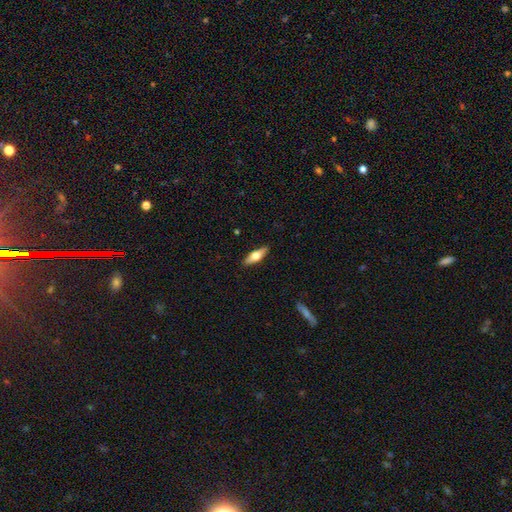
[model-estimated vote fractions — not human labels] Smooth or featured? smooth (49%)
Merging? none (89%)